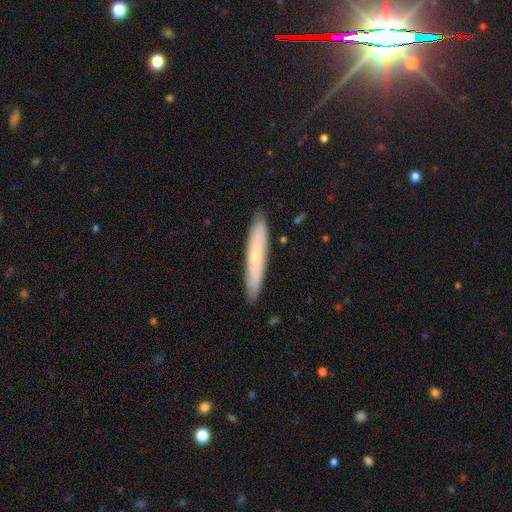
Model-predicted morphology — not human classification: This is likely a smooth galaxy (63%). How rounded: clearly cigar-shaped (93%). Merging: clearly none (89%).